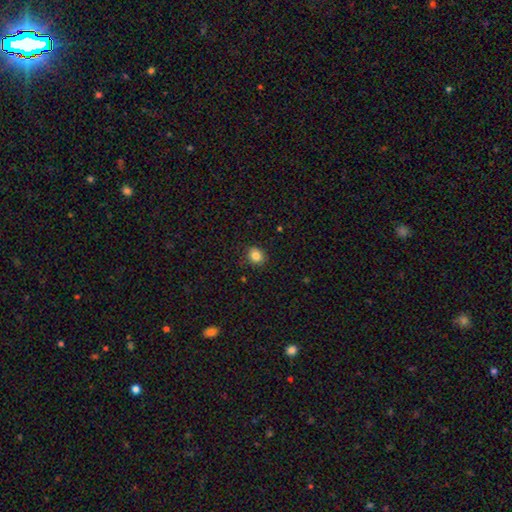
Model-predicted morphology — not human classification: Smooth or featured: smooth — 84% (star or artifact — 11%)
How rounded: round — 70% (in between — 29%)
Merging: none — 87% (minor disturbance — 10%)